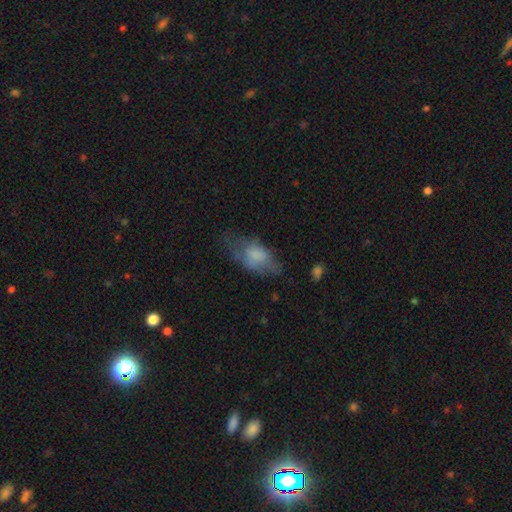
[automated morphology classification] The model was most divided on "merging": none: 36%, minor disturbance: 31%, major disturbance: 31%, merger: 2%. More confident: how rounded — in between (88%); smooth or featured — smooth (64%).